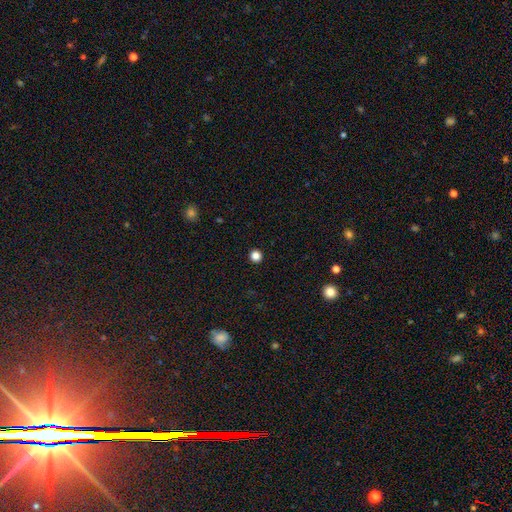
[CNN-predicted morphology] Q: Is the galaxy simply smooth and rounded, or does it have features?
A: smooth — 83%.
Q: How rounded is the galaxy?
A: round — 94%.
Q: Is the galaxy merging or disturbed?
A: none — 93%.